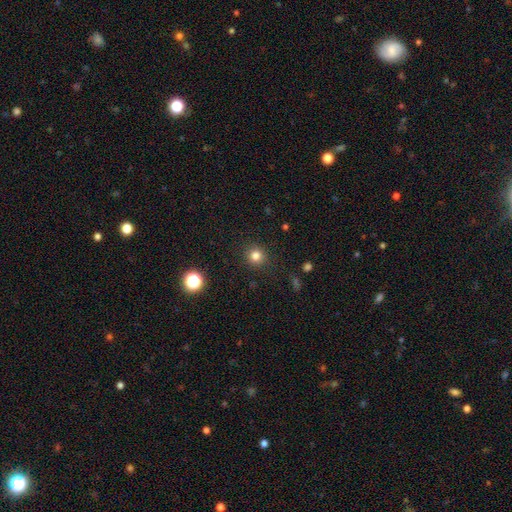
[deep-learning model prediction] A smooth galaxy with no disk features (80%) that is round (93%). Merging: none (91%).